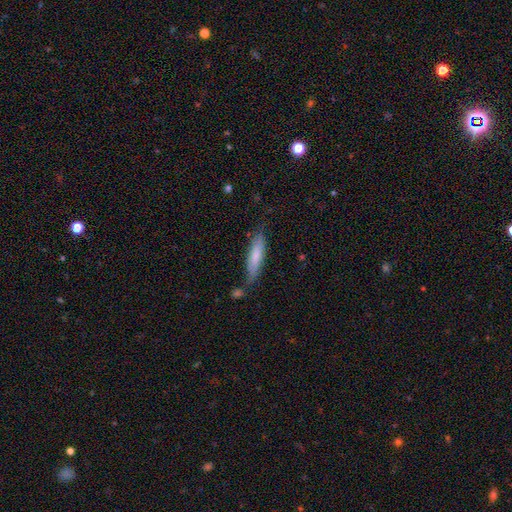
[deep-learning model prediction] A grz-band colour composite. It shows a smooth galaxy with no disk features (72%) that is cigar-shaped (72%). Merging: none (70%).